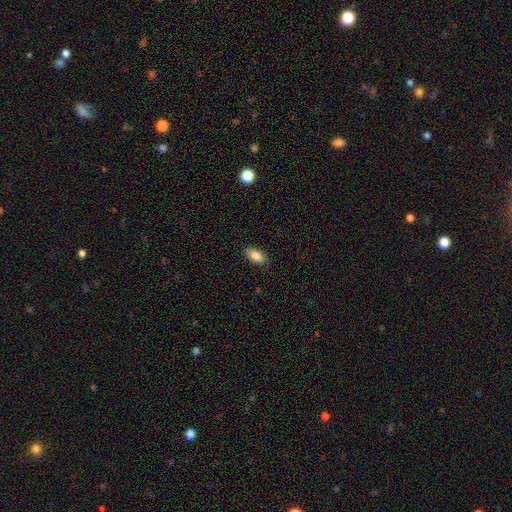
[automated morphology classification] A smooth galaxy with no disk features (87%) that is in between round and cigar-shaped (92%).

Vote fractions:
- Smooth or featured? smooth: 87% / star or artifact: 7% / featured or disk: 6%
- How rounded? in between: 92% / cigar-shaped: 5% / round: 3%
- Merging? none: 85% / minor disturbance: 12% / major disturbance: 2% / merger: 1%